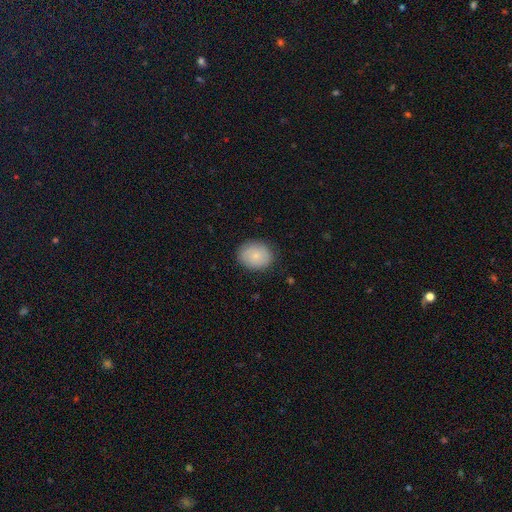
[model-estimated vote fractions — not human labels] Q: Smooth or featured?
A: smooth (78%); runner-up: featured or disk (16%)
Q: How rounded?
A: round (55%); runner-up: in between (44%)
Q: Merging?
A: none (85%); runner-up: minor disturbance (12%)